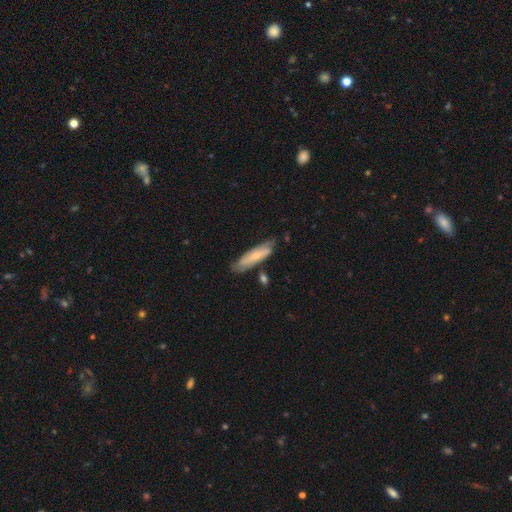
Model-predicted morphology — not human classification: smooth_or_featured: smooth (p=0.53) [alt: featured or disk p=0.41]
how_rounded: cigar-shaped (p=0.69) [alt: in between p=0.30]
merging: none (p=0.68) [alt: minor disturbance p=0.23]